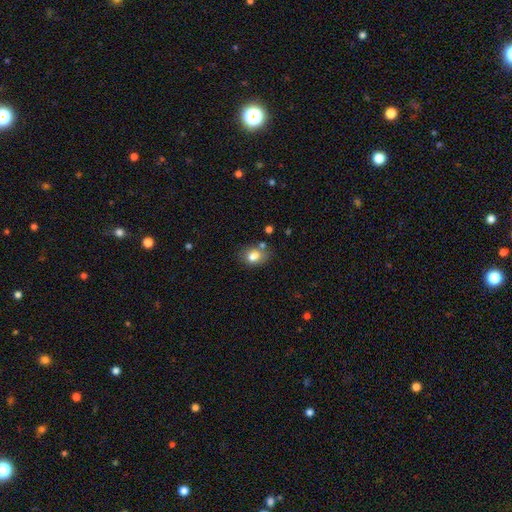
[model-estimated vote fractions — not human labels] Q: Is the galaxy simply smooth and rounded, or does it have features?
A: smooth — 79%.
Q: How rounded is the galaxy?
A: in between — 68%.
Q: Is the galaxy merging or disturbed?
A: none — 66%.